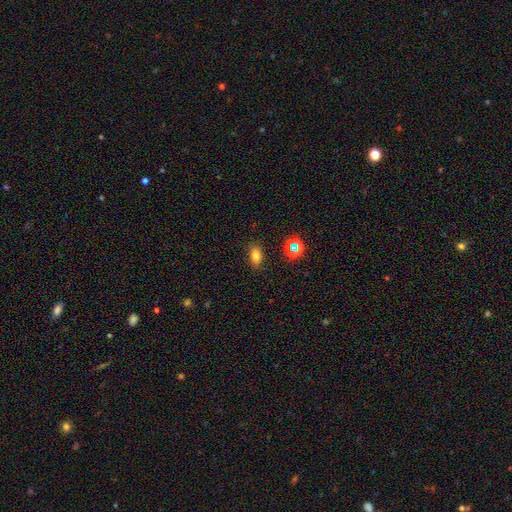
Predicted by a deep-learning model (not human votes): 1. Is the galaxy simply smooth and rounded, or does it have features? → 76% smooth, 16% star or artifact, 9% featured or disk.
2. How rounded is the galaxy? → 82% in between, 16% round, 3% cigar-shaped.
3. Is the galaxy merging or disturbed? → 85% none, 11% minor disturbance, 3% major disturbance, 2% merger.